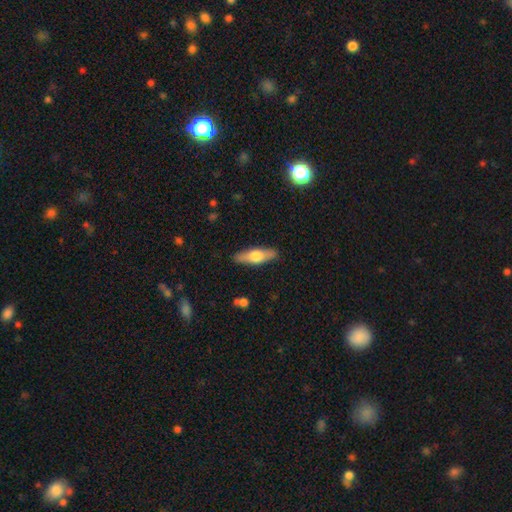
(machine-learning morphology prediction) Smooth or featured?
  - smooth: 50% *
  - featured or disk: 44%
  - star or artifact: 5%
How rounded?
  - cigar-shaped: 53% *
  - in between: 45%
  - round: 3%
Merging?
  - none: 89% *
  - minor disturbance: 8%
  - major disturbance: 2%
  - merger: 1%